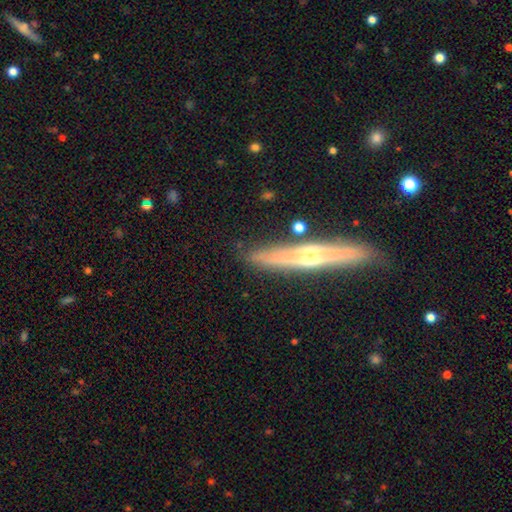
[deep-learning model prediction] A featured or disk galaxy (63%) viewed edge-on (89%) with a rounded central bulge (70%). Merging: none (86%).